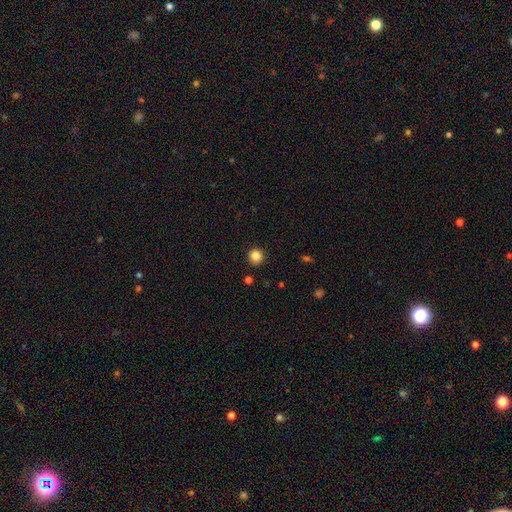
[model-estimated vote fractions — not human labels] Overall: smooth (85%). How rounded: round (93%). Merging: none (91%).